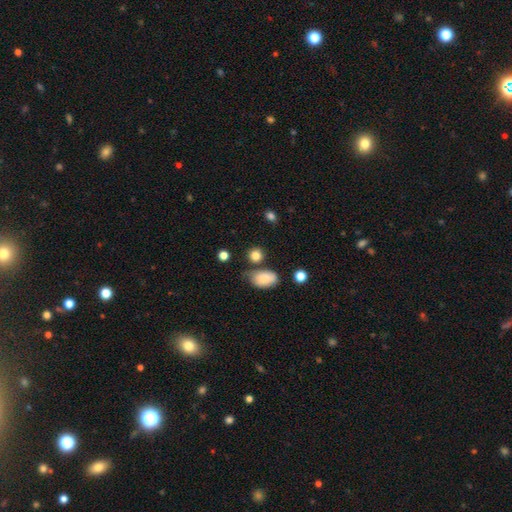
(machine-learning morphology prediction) Q: Smooth or featured?
A: smooth (83%); runner-up: star or artifact (11%)
Q: How rounded?
A: round (70%); runner-up: in between (29%)
Q: Merging?
A: none (71%); runner-up: minor disturbance (16%)